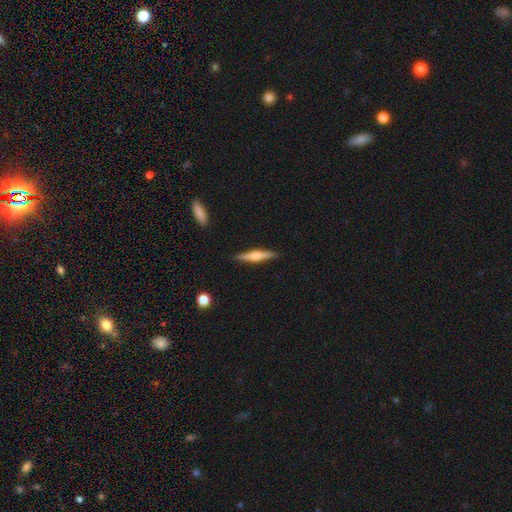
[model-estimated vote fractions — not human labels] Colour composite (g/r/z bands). It shows a featured or disk galaxy (54%) viewed edge-on (97%) with a rounded central bulge (77%). Merging: none (90%).